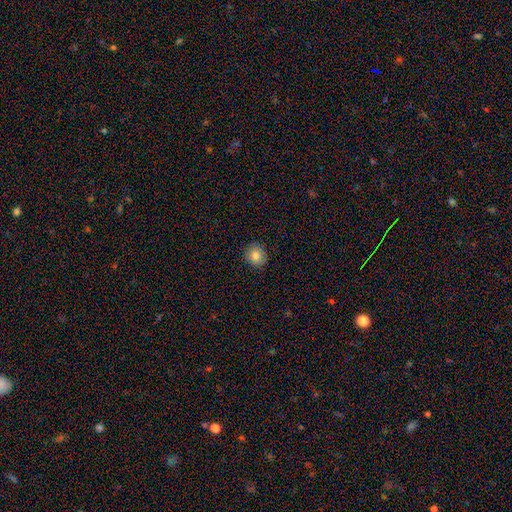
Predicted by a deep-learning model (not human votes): smooth_or_featured: smooth (p=0.83) [alt: star or artifact p=0.10]
how_rounded: round (p=0.87) [alt: in between p=0.12]
merging: none (p=0.90) [alt: minor disturbance p=0.07]